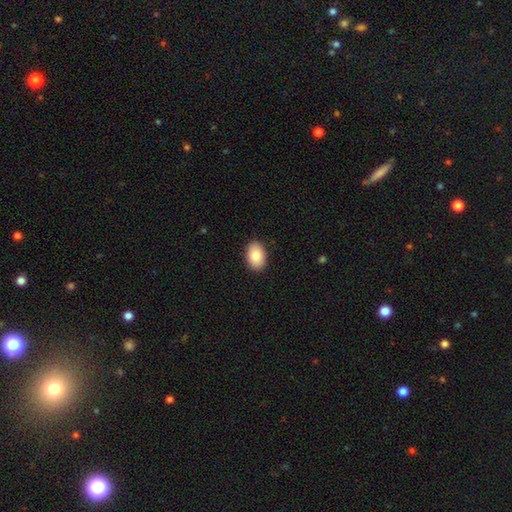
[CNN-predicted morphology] smooth-or-featured: smooth: 85% | featured or disk: 9% | star or artifact: 7%
  how-rounded: in between: 87% | round: 11% | cigar-shaped: 1%
  merging: none: 90% | minor disturbance: 7% | major disturbance: 2% | merger: 1%